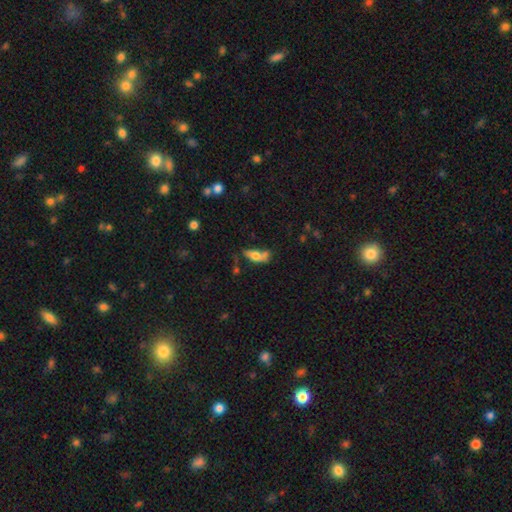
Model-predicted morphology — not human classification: This appears to be a smooth galaxy with no disk features (60%) that is in between round and cigar-shaped (72%). Merging: none (39%).